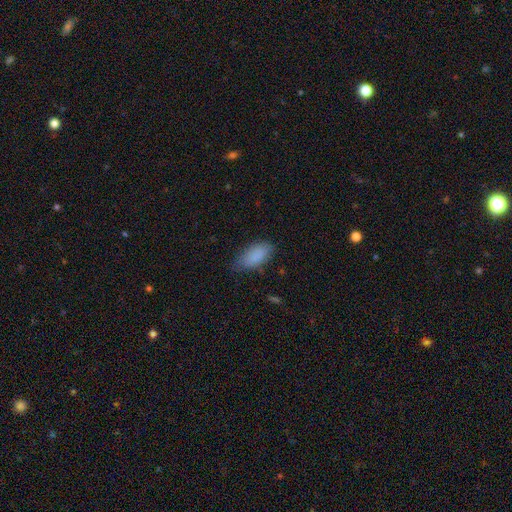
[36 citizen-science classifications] This is clearly a smooth galaxy (94%). How rounded: clearly in between (85%). Merging: clearly none (82%).